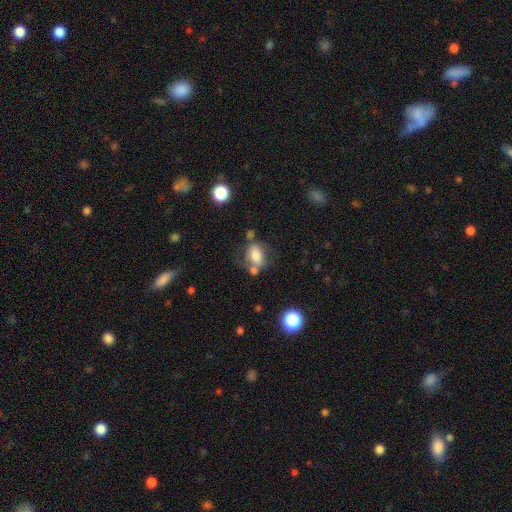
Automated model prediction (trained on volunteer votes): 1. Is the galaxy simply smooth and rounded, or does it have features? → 67% smooth, 23% featured or disk, 10% star or artifact.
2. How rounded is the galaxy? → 73% in between, 24% round, 2% cigar-shaped.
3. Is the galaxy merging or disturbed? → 47% none, 22% merger, 20% minor disturbance, 11% major disturbance.